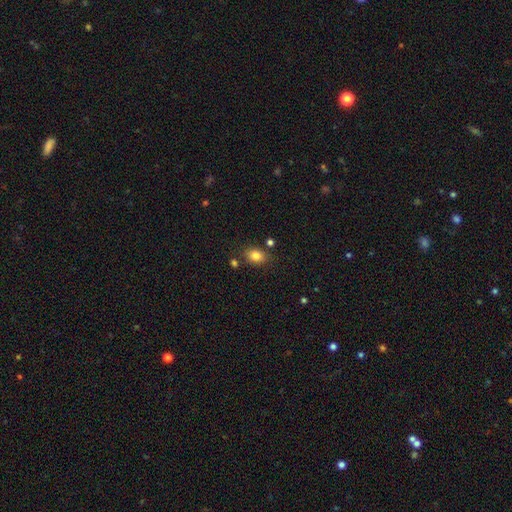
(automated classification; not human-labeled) smooth-or-featured: smooth: 82% | star or artifact: 11% | featured or disk: 7%
  how-rounded: in between: 68% | round: 31% | cigar-shaped: 1%
  merging: none: 78% | minor disturbance: 12% | merger: 6% | major disturbance: 3%